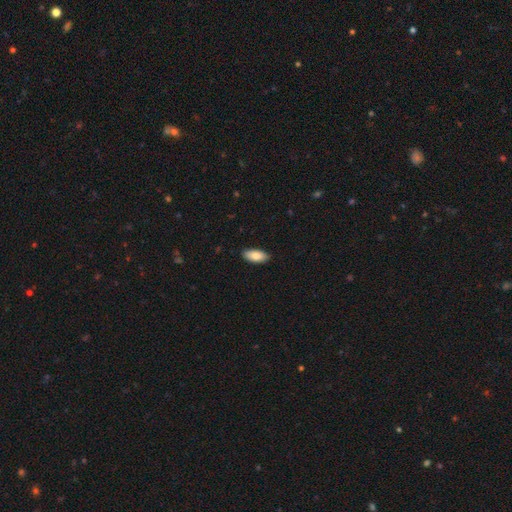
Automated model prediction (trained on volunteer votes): This is clearly a smooth galaxy (85%). How rounded: clearly in between (90%). Merging: clearly none (88%).